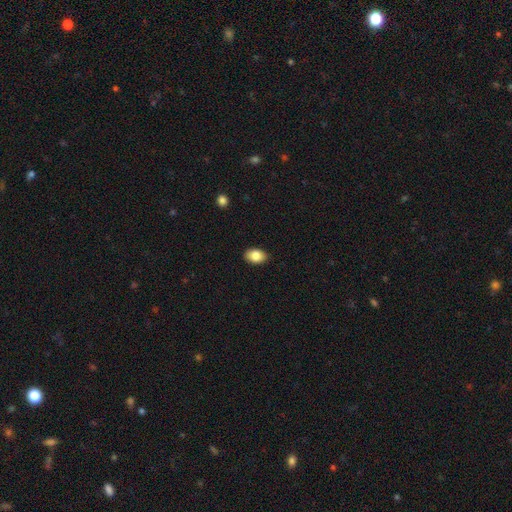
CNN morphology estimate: smooth_or_featured: smooth (p=0.85) [alt: featured or disk p=0.08]
how_rounded: in between (p=0.85) [alt: round p=0.13]
merging: none (p=0.89) [alt: minor disturbance p=0.08]